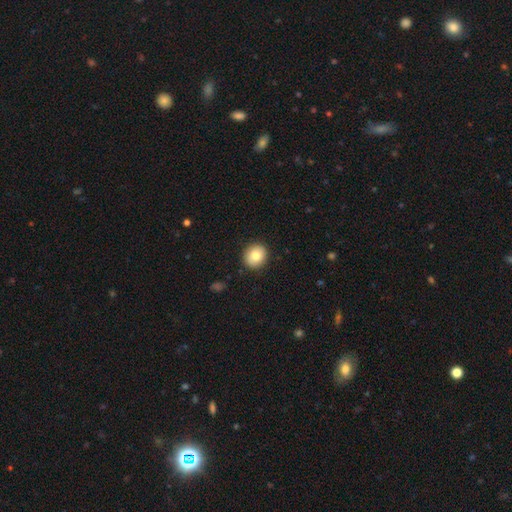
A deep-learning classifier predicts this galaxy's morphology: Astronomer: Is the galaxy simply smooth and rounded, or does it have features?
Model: smooth — 80%.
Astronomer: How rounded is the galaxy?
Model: round — 84%.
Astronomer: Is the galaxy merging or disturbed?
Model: none — 90%.